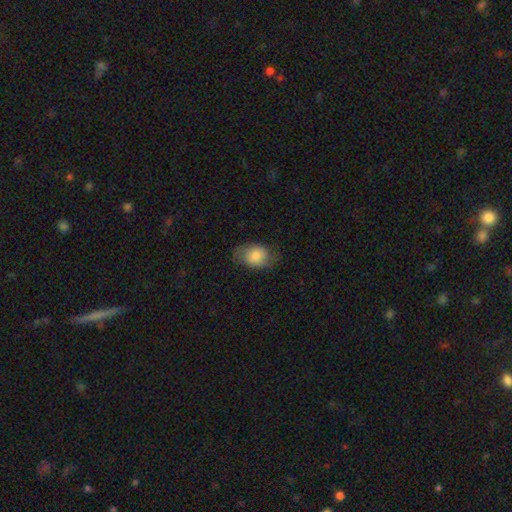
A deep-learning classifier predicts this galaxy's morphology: This is likely a smooth galaxy (72%). How rounded: likely in between (71%). Merging: likely none (67%).